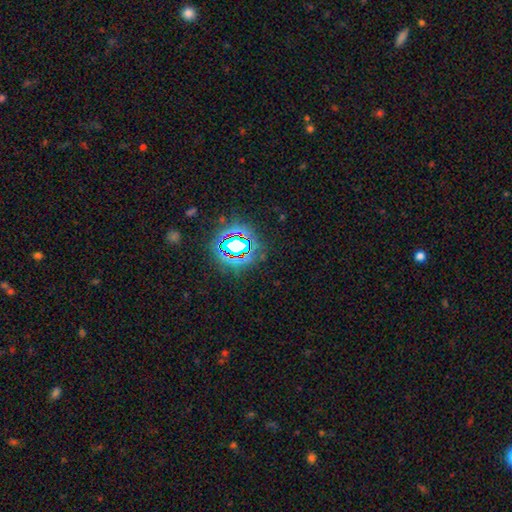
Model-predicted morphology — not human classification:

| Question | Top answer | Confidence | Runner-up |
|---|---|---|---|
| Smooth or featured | star or artifact | 80% | smooth (12%) |